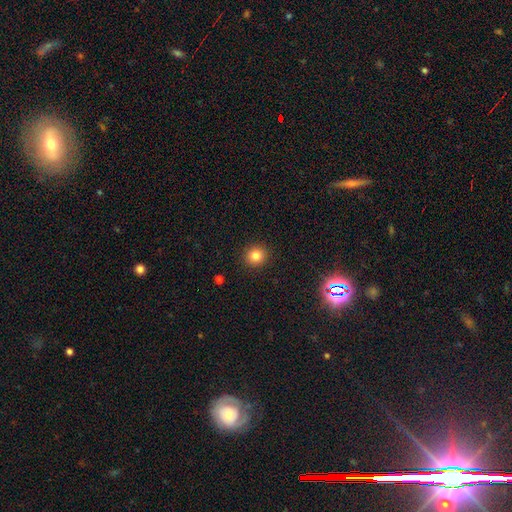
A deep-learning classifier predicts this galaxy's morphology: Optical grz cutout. It shows a smooth galaxy with no disk features (82%) that is round (90%). Merging: none (92%).